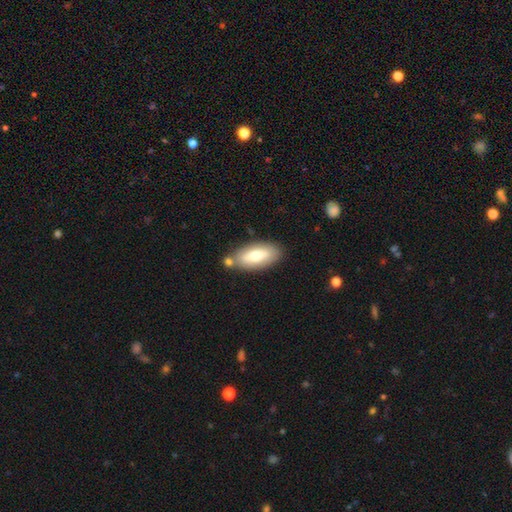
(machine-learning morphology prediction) Overall: smooth (69%). How rounded: in between (87%). Merging: none (69%).